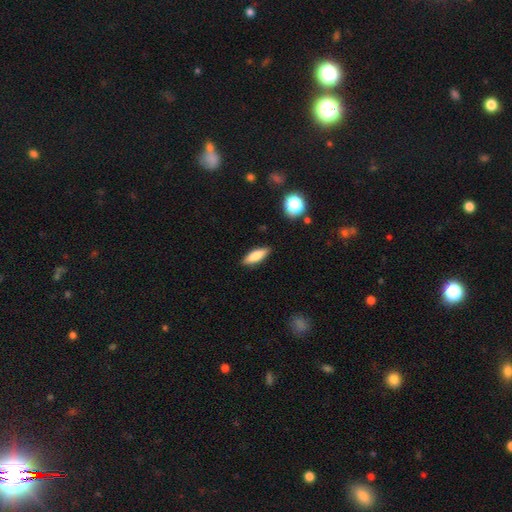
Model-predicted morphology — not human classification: Smooth or featured?
  - smooth: 78% *
  - featured or disk: 15%
  - star or artifact: 7%
How rounded?
  - in between: 55% *
  - cigar-shaped: 43%
  - round: 2%
Merging?
  - none: 87% *
  - minor disturbance: 9%
  - major disturbance: 2%
  - merger: 1%